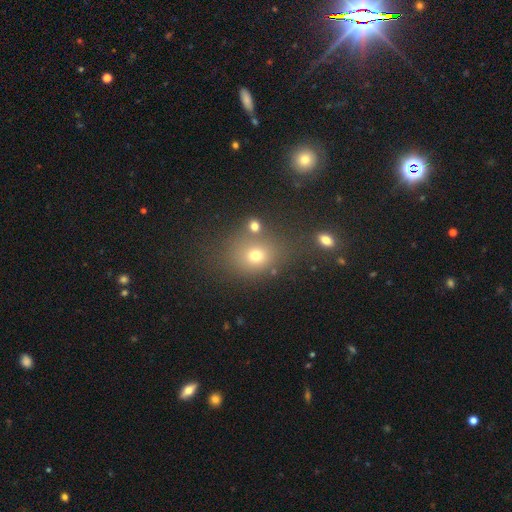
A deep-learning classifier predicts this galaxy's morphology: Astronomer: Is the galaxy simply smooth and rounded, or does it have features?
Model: smooth — 69%.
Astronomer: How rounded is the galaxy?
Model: round — 60% (runner-up: in between, 39%).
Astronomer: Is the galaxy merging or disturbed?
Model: none — 67%.